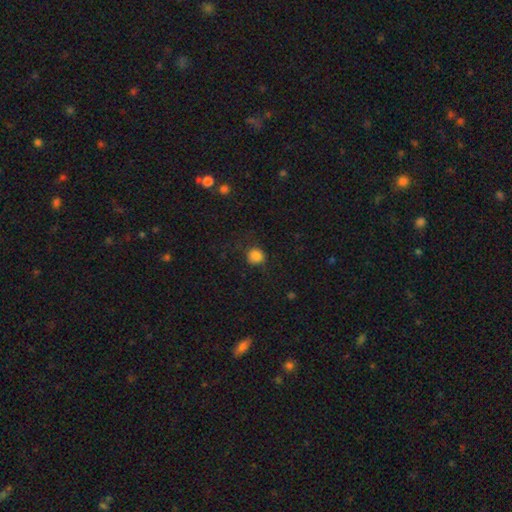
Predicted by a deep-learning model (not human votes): A smooth galaxy with no disk features (84%) that is round (79%). Merging: none (73%).